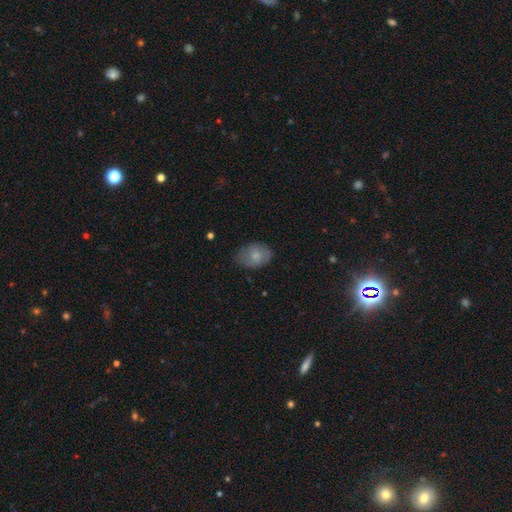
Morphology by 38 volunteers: Smooth or featured?
  - smooth: 68% *
  - featured or disk: 26%
  - star or artifact: 5%
How rounded?
  - in between: 69% *
  - round: 27%
  - cigar-shaped: 4%
Merging?
  - none: 72% *
  - major disturbance: 14%
  - minor disturbance: 11%
  - merger: 3%